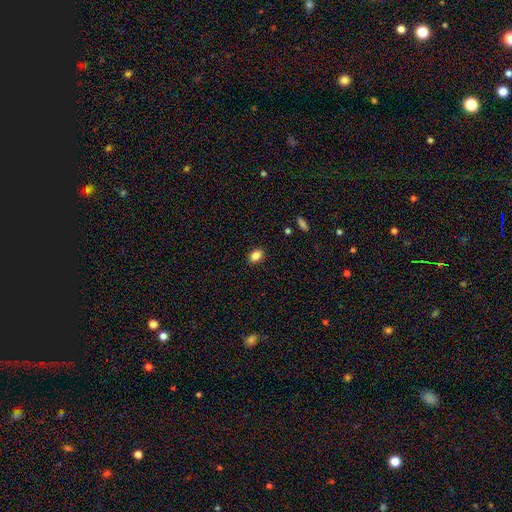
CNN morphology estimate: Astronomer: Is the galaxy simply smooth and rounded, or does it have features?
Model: smooth — 86%.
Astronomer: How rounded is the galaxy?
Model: in between — 76%.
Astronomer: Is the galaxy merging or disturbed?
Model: none — 89%.